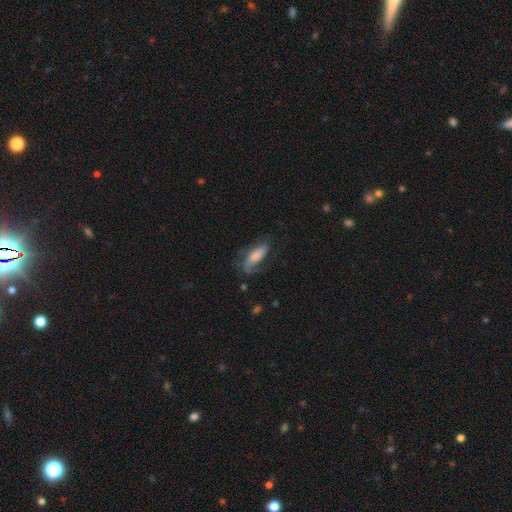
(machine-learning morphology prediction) This appears to be a smooth galaxy with no disk features (50%). Merging: none (47%).